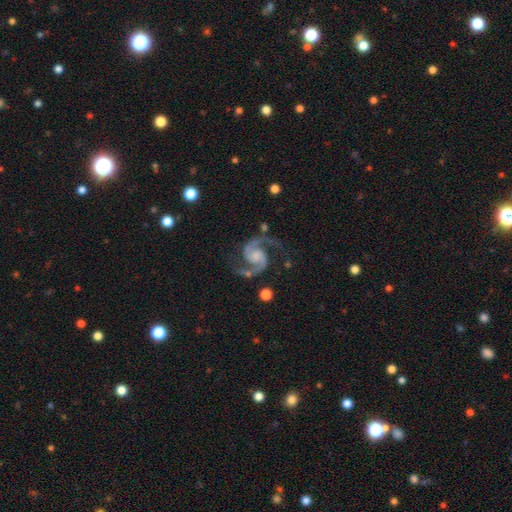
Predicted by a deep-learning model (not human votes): smooth-or-featured: featured or disk: 94% | star or artifact: 4% | smooth: 2%
  disk-edge-on: no: 98% | yes: 2%
    bar: no: 60% | weak: 30% | strong: 10%
    has-spiral-arms: yes: 99% | no: 1%
      spiral-winding: medium: 61% | loose: 27% | tight: 12%
      spiral-arm-count: 2: 95% | can't tell: 1% | 1: 1% | 3: 1% | 4: 1% | more than 4: 1%
    bulge-size: none: 31% | small: 30% | moderate: 27% | large: 9% | dominant: 2%
  merging: none: 76% | minor disturbance: 14% | major disturbance: 7% | merger: 3%